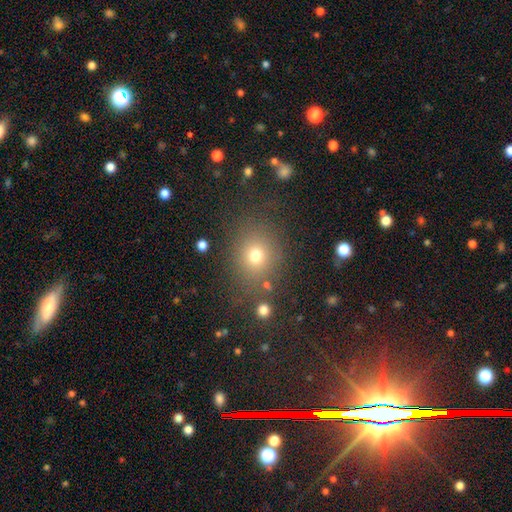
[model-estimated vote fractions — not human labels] The model was most divided on "how rounded": round: 73%, in between: 26%, cigar-shaped: 1%. More confident: merging — none (76%); smooth or featured — smooth (72%).